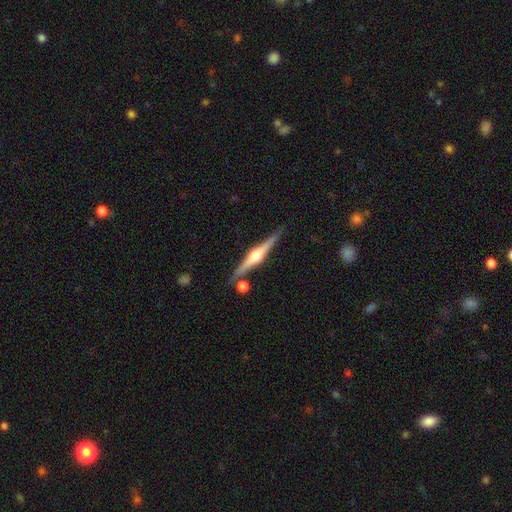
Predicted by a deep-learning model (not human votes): A featured or disk galaxy (81%) viewed edge-on (98%) with a rounded central bulge (92%).

Vote fractions:
- Smooth or featured? featured or disk: 81% / smooth: 14% / star or artifact: 5%
- Edge-on disk? yes: 98% / no: 2%
- Edge-on bulge? rounded: 92% / boxy: 5% / none: 2%
- Merging? none: 82% / minor disturbance: 9% / merger: 6% / major disturbance: 2%